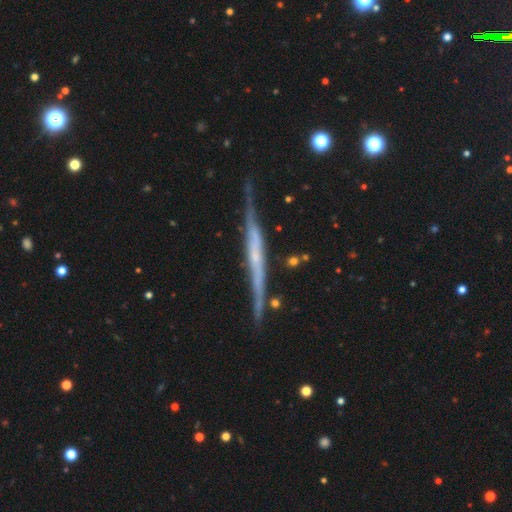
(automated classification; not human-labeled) featured or disk 76%, smooth 18%, star or artifact 6%. Down the decision tree: edge-on disk — yes (96%); edge-on bulge — none (66%); merging — none (78%).